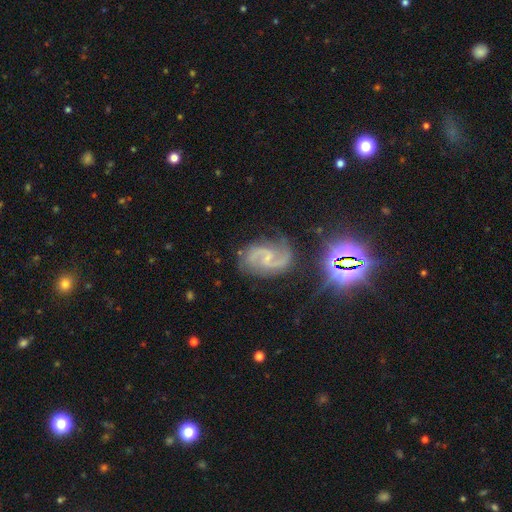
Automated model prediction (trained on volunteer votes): A featured or disk galaxy (87%) with a weak bar (51%), 2 (92%) medium (53%) spiral arms (97%) and a small central bulge (64%).

Vote fractions:
- Smooth or featured? featured or disk: 87% / star or artifact: 7% / smooth: 6%
- Edge-on disk? no: 98% / yes: 2%
- Bar? weak: 51% / no: 33% / strong: 16%
- Spiral arms? yes: 97% / no: 3%
- Spiral winding? medium: 53% / loose: 35% / tight: 12%
- Spiral arm count? 2: 92% / can't tell: 3% / 1: 2% / 3: 2% / 4: 1% / more than 4: 1%
- Bulge size? small: 64% / none: 21% / moderate: 13% / large: 1% / dominant: 1%
- Merging? none: 71% / minor disturbance: 17% / major disturbance: 8% / merger: 4%